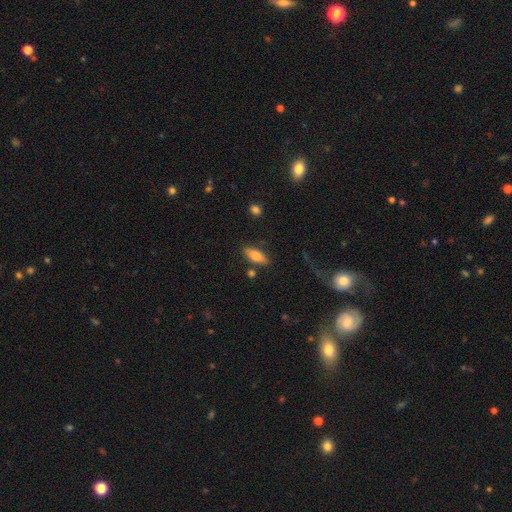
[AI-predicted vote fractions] Q: Smooth or featured?
A: smooth (78%); runner-up: featured or disk (15%)
Q: How rounded?
A: in between (73%); runner-up: cigar-shaped (25%)
Q: Merging?
A: none (79%); runner-up: minor disturbance (13%)